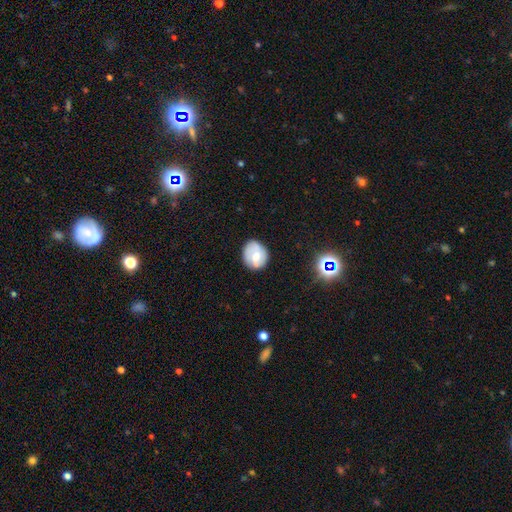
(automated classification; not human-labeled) Smooth or featured? Predicted: smooth (p=0.57). How rounded? Predicted: round (p=0.64). Merging? Predicted: none (p=0.67).